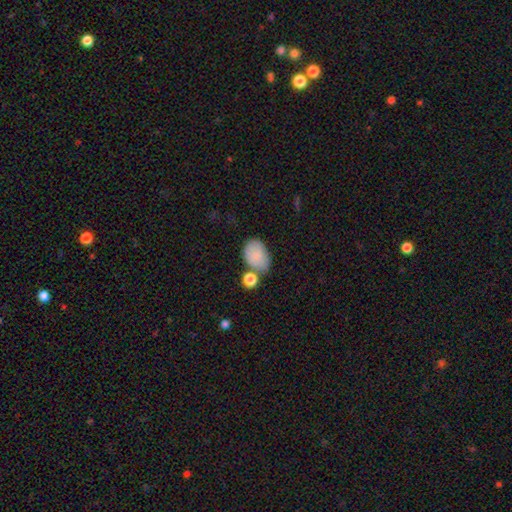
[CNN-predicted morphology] Smooth or featured? Predicted: smooth (p=0.84). How rounded? Predicted: in between (p=0.83). Merging? Predicted: none (p=0.56).